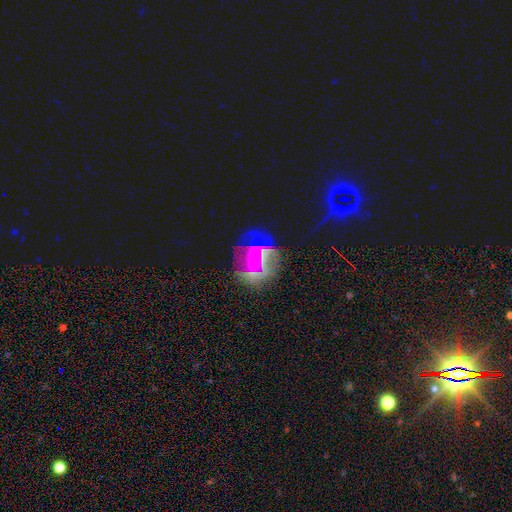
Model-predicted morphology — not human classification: A featured or disk galaxy (58%) with no bar (57%), spiral arms (58%) and a small central bulge (57%).

Vote fractions:
- Smooth or featured? featured or disk: 58% / star or artifact: 26% / smooth: 16%
- Edge-on disk? no: 95% / yes: 5%
- Bar? no: 57% / weak: 29% / strong: 14%
- Spiral arms? yes: 58% / no: 42%
- Bulge size? small: 57% / moderate: 30% / none: 8% / large: 3% / dominant: 2%
- Merging? none: 53% / major disturbance: 22% / minor disturbance: 16% / merger: 9%